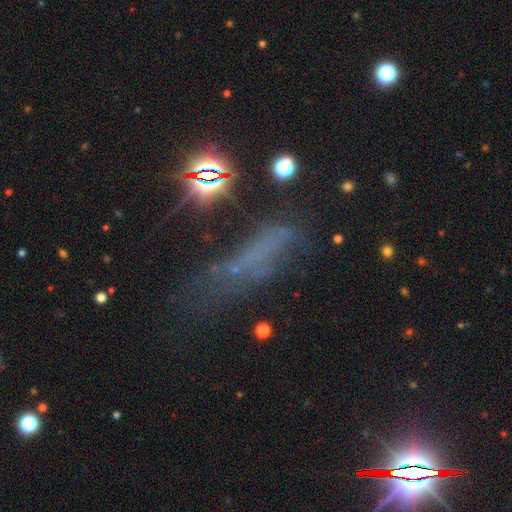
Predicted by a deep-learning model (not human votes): Morphology: type=star or artifact (38%).